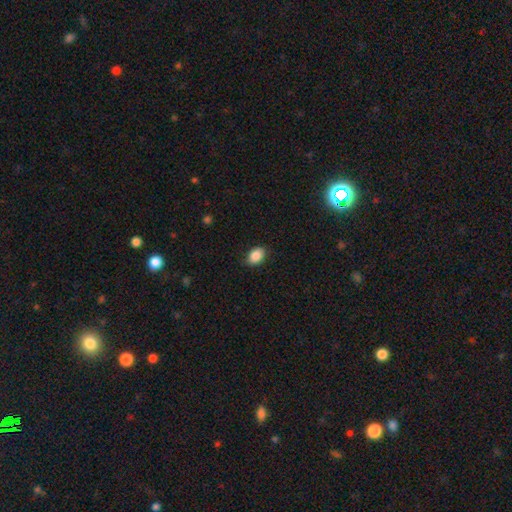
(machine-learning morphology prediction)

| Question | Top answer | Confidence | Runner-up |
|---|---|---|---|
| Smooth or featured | smooth | 88% | star or artifact (8%) |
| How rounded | in between | 79% | round (19%) |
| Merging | none | 85% | minor disturbance (11%) |